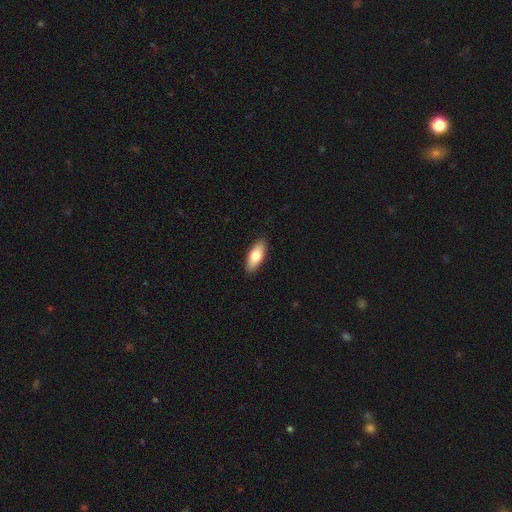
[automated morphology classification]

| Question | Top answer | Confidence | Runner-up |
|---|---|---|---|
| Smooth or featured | smooth | 75% | featured or disk (19%) |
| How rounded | in between | 80% | cigar-shaped (18%) |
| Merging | none | 90% | minor disturbance (7%) |